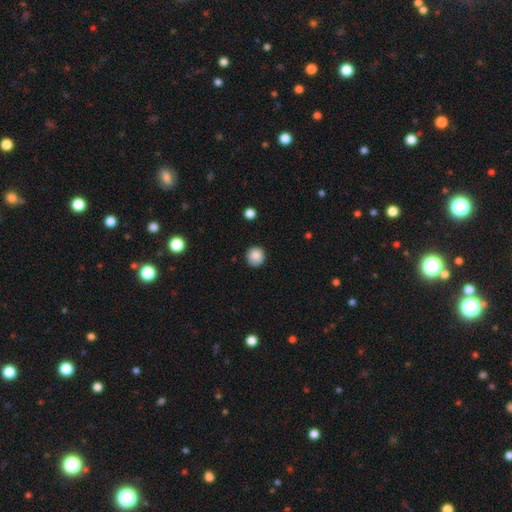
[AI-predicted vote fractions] Smooth or featured? Predicted: smooth (p=0.87). How rounded? Predicted: round (p=0.91). Merging? Predicted: none (p=0.87).